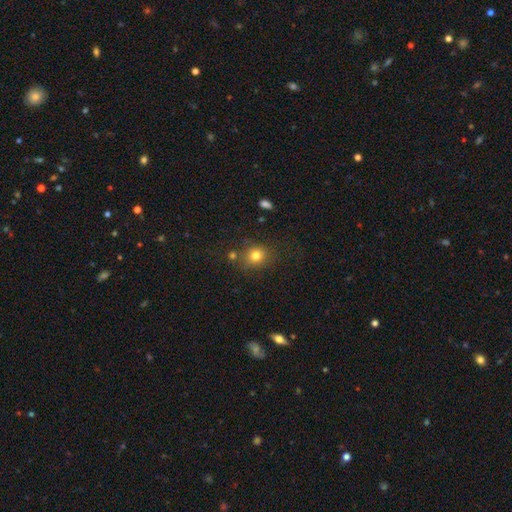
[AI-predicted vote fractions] Smooth or featured? smooth (78%)
How rounded? round (79%)
Merging? none (76%)